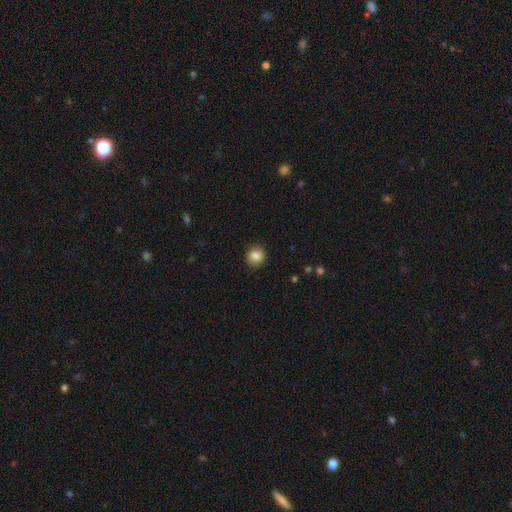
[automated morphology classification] smooth-or-featured: smooth: 86% | star or artifact: 9% | featured or disk: 5%
  how-rounded: round: 88% | in between: 11% | cigar-shaped: 1%
  merging: none: 90% | minor disturbance: 7% | major disturbance: 2% | merger: 1%